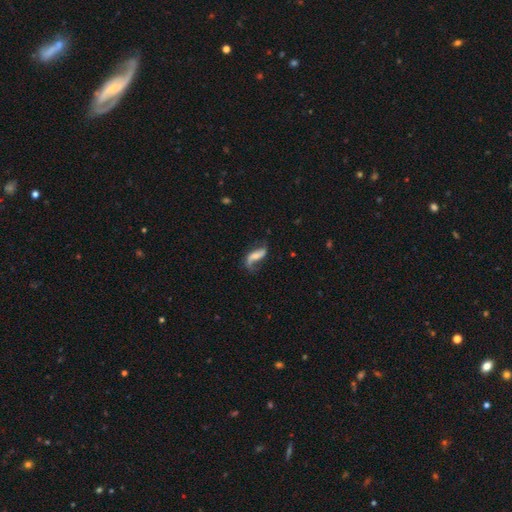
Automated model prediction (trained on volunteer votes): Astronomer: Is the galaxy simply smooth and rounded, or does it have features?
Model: featured or disk — 69%.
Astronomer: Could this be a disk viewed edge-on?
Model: no — 90%.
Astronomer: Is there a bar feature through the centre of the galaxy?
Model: no — 37% (runner-up: weak, 33%).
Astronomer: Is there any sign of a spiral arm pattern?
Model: yes — 90%.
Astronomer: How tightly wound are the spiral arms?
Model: loose — 80%.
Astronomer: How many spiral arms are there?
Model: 2 — 79%.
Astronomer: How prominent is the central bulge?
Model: small — 42% (runner-up: moderate, 29%).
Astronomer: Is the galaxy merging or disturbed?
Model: none — 56%.